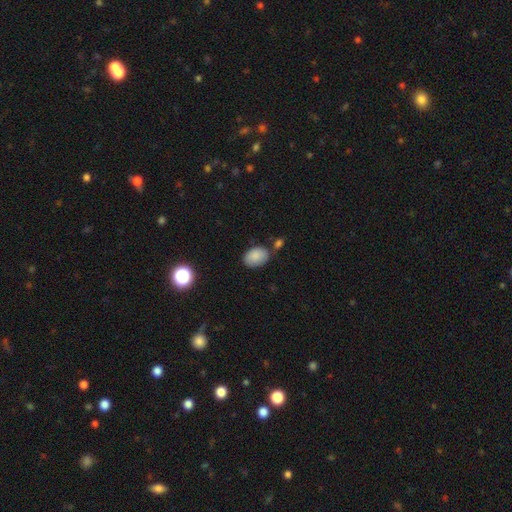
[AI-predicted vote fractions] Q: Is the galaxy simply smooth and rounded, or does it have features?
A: smooth — 86%.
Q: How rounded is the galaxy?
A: in between — 84%.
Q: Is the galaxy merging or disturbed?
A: none — 71%.